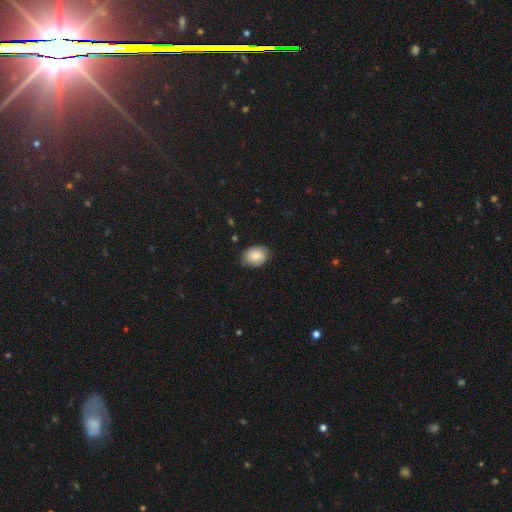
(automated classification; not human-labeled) Smooth or featured: smooth — 73% (featured or disk — 20%)
How rounded: in between — 64% (round — 36%)
Merging: none — 78% (minor disturbance — 17%)